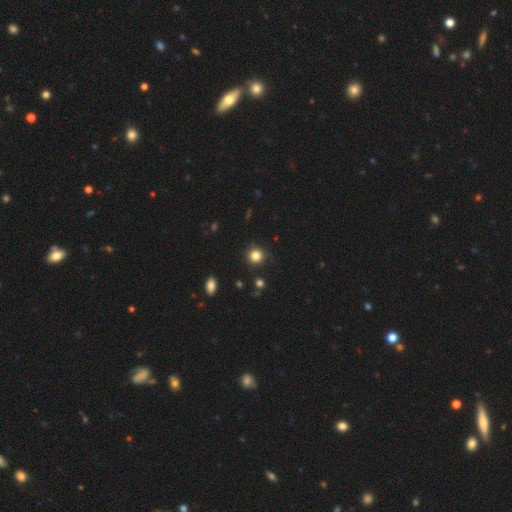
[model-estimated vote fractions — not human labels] smooth_or_featured: smooth (p=0.82) [alt: star or artifact p=0.13]
how_rounded: round (p=0.91) [alt: in between p=0.08]
merging: none (p=0.83) [alt: minor disturbance p=0.12]